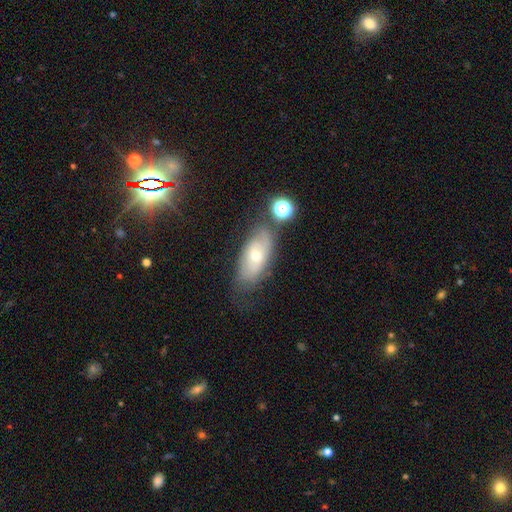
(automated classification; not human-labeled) smooth_or_featured: featured or disk (p=0.49) [alt: smooth p=0.41]
merging: none (p=0.59) [alt: minor disturbance p=0.23]